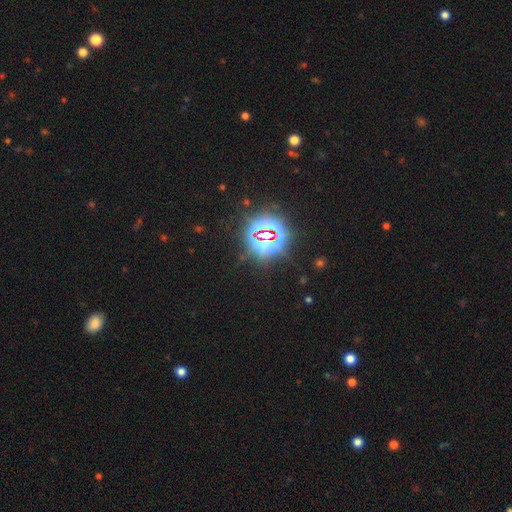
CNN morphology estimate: star or artifact 84%, smooth 11%, featured or disk 6%.